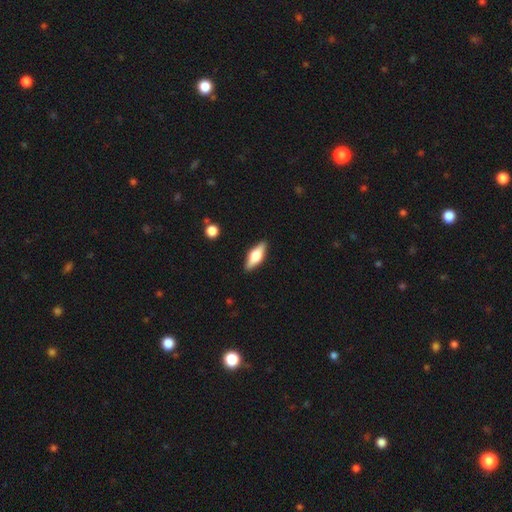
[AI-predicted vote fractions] smooth-or-featured: smooth: 48% | featured or disk: 45% | star or artifact: 6%
  merging: none: 88% | minor disturbance: 9% | major disturbance: 2% | merger: 1%